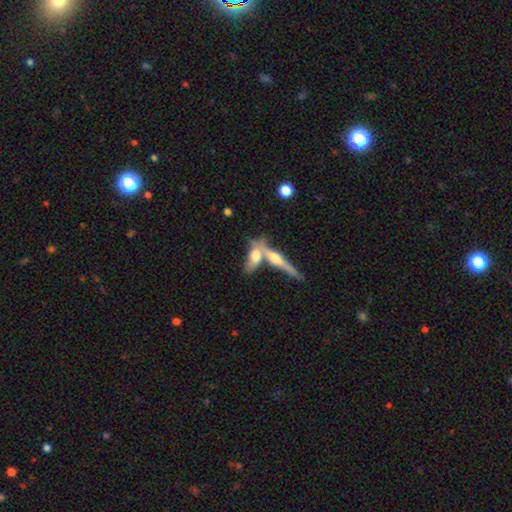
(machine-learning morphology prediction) Smooth or featured?
  - smooth: 53% *
  - featured or disk: 40%
  - star or artifact: 7%
How rounded?
  - in between: 53% *
  - cigar-shaped: 42%
  - round: 6%
Merging?
  - merger: 49% *
  - none: 36%
  - minor disturbance: 10%
  - major disturbance: 4%